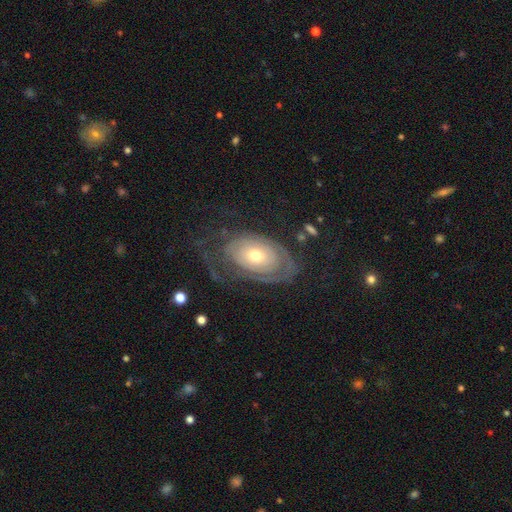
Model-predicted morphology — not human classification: Smooth or featured? Predicted: featured or disk (p=0.71). Edge-on disk? Predicted: no (p=0.93). Bar? Predicted: no (p=0.83). Spiral arms? Predicted: yes (p=0.70). Bulge size? Predicted: moderate (p=0.58). Merging? Predicted: none (p=0.55).